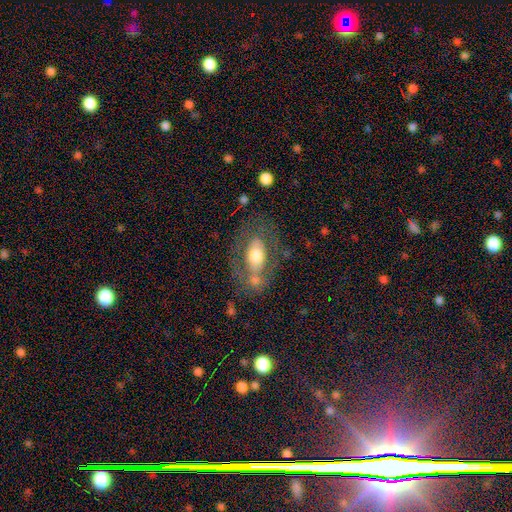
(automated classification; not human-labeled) smooth 49%, featured or disk 44%, star or artifact 7%. Down the decision tree: merging — none (56%).